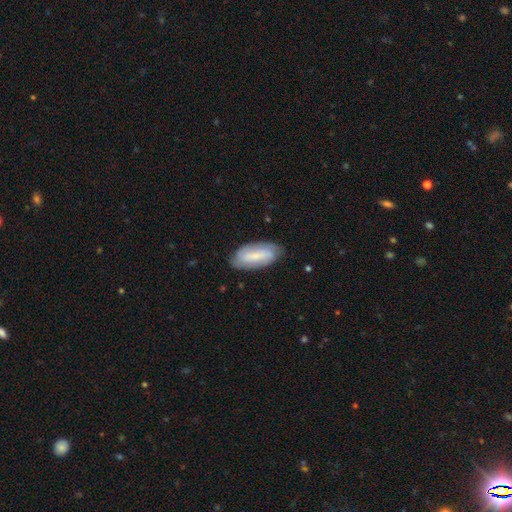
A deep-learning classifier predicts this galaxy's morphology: Smooth or featured? Predicted: smooth (p=0.57). How rounded? Predicted: in between (p=0.85). Merging? Predicted: none (p=0.77).